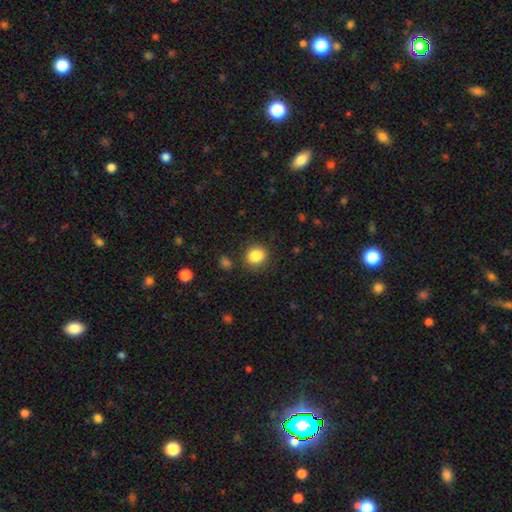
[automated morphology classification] smooth_or_featured: smooth (p=0.86) [alt: star or artifact p=0.10]
how_rounded: round (p=0.76) [alt: in between p=0.23]
merging: none (p=0.86) [alt: minor disturbance p=0.09]